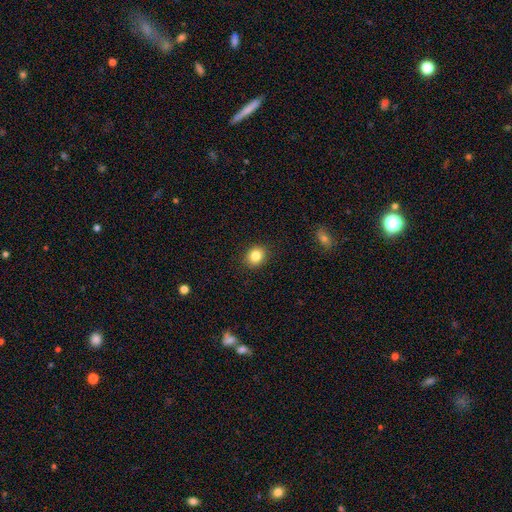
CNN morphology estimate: The model was most divided on "how rounded": round: 71%, in between: 28%, cigar-shaped: 1%. More confident: merging — none (89%); smooth or featured — smooth (83%).